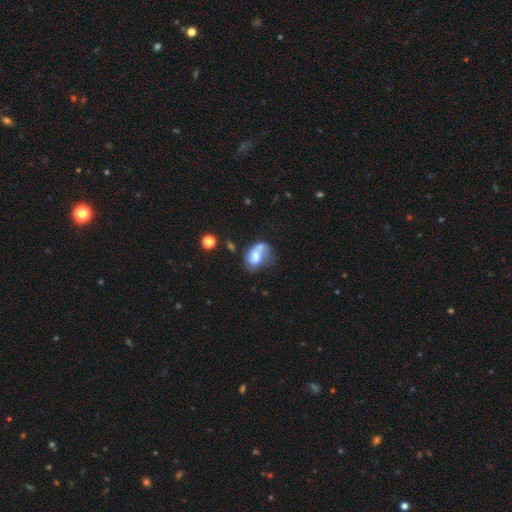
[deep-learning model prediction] A smooth galaxy with no disk features (58%) that is in between round and cigar-shaped (73%). Merging: major disturbance (29%).